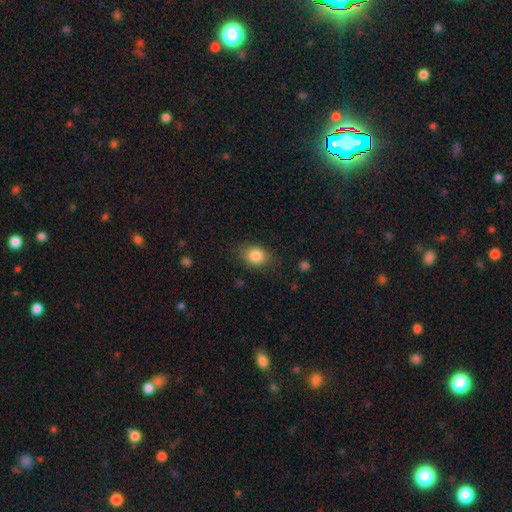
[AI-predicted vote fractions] Smooth or featured? Predicted: smooth (p=0.84). How rounded? Predicted: in between (p=0.57). Merging? Predicted: none (p=0.80).